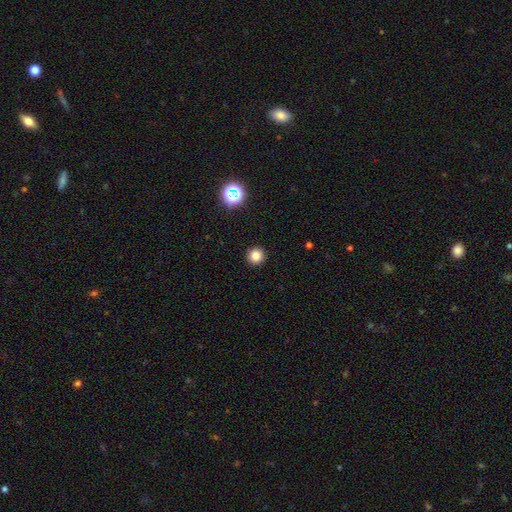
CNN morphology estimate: Smooth or featured?
  - smooth: 82% *
  - star or artifact: 14%
  - featured or disk: 5%
How rounded?
  - round: 95% *
  - in between: 4%
  - cigar-shaped: 1%
Merging?
  - none: 93% *
  - minor disturbance: 4%
  - major disturbance: 2%
  - merger: 1%